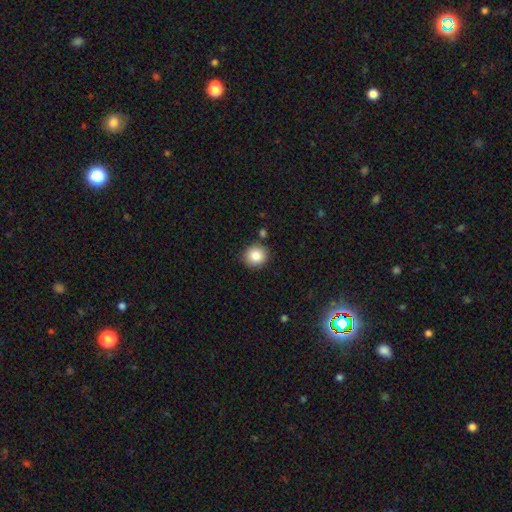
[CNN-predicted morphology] Smooth or featured? smooth (86%)
How rounded? round (87%)
Merging? none (85%)